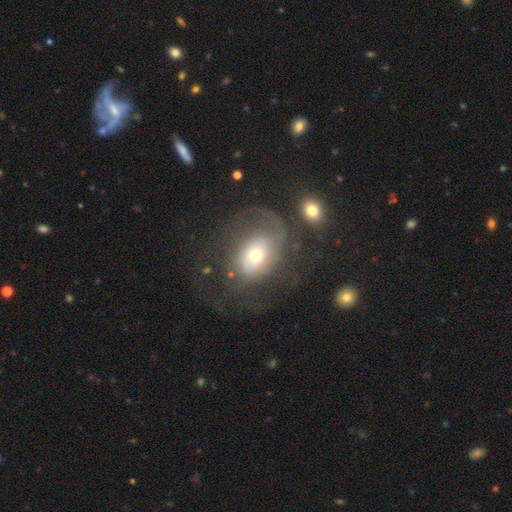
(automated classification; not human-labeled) featured or disk 47%, smooth 42%, star or artifact 10%. Down the decision tree: merging — major disturbance (41%).